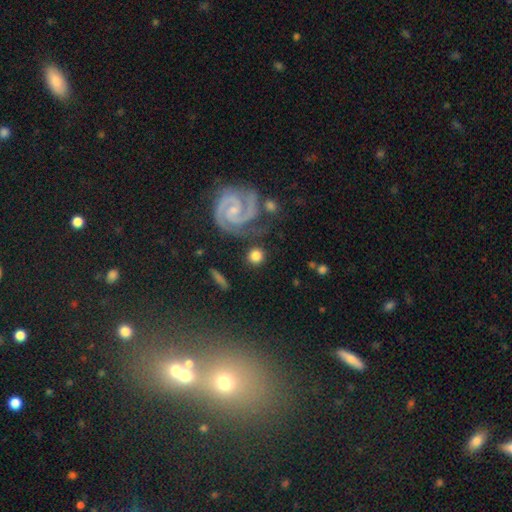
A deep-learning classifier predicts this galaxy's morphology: smooth-or-featured: smooth: 59% | featured or disk: 32% | star or artifact: 10%
  how-rounded: round: 90% | in between: 7% | cigar-shaped: 2%
  merging: none: 81% | minor disturbance: 10% | merger: 5% | major disturbance: 4%